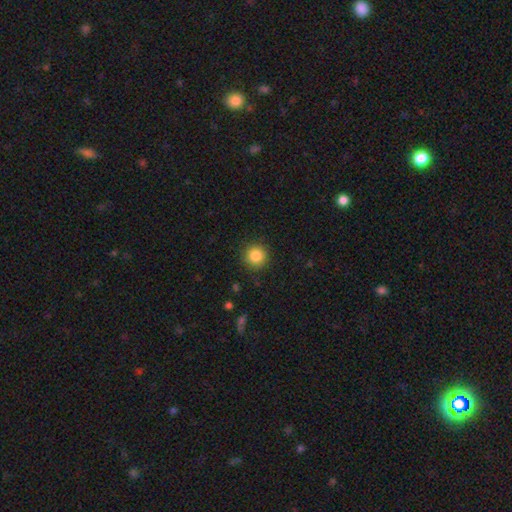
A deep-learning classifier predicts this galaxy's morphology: type=smooth (86%); roundness=round (94%); merging=none (90%).